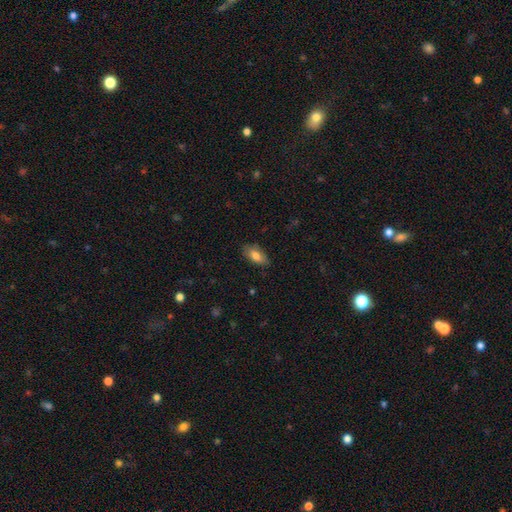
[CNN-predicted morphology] A smooth galaxy with no disk features (77%) that is in between round and cigar-shaped (90%).

Vote fractions:
- Smooth or featured? smooth: 77% / featured or disk: 16% / star or artifact: 7%
- How rounded? in between: 90% / cigar-shaped: 6% / round: 3%
- Merging? none: 81% / minor disturbance: 15% / major disturbance: 3% / merger: 1%